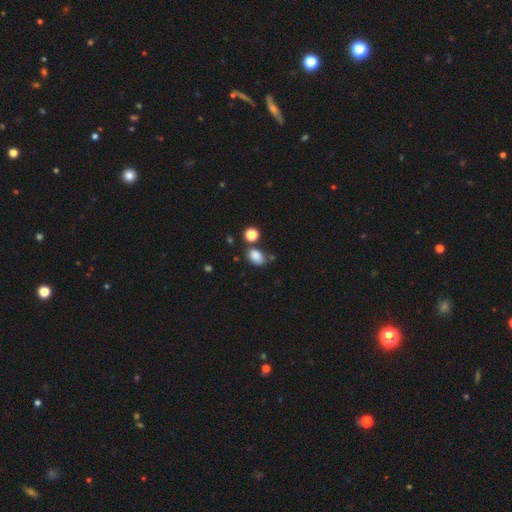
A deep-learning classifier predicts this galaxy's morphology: A smooth galaxy with no disk features (84%) that is in between round and cigar-shaped (81%).

Vote fractions:
- Smooth or featured? smooth: 84% / star or artifact: 11% / featured or disk: 5%
- How rounded? in between: 81% / round: 18% / cigar-shaped: 1%
- Merging? none: 68% / minor disturbance: 16% / merger: 11% / major disturbance: 5%